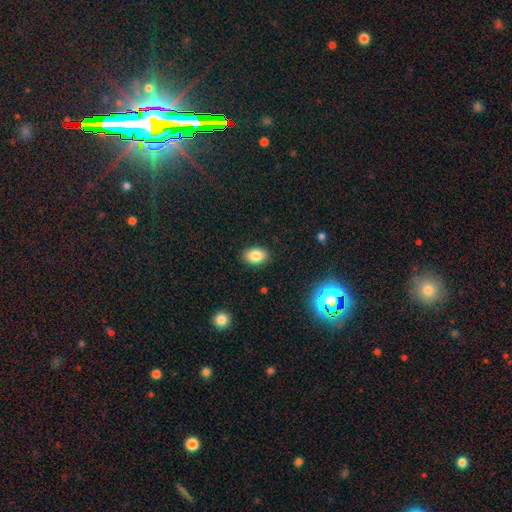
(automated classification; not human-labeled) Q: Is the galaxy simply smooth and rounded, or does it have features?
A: smooth — 84%.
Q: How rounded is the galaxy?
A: in between — 78%.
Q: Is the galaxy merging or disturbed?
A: none — 89%.